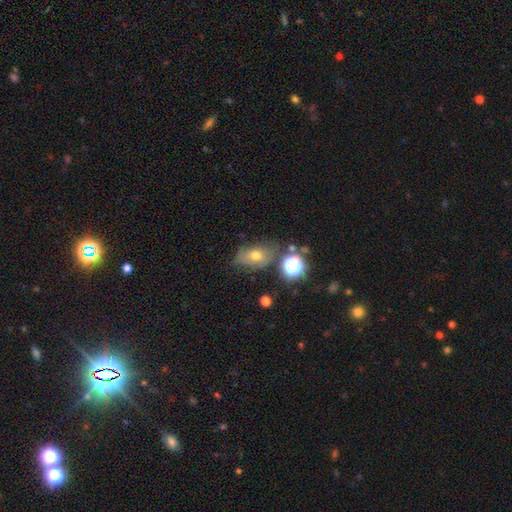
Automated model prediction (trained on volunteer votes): A smooth galaxy with no disk features (59%) that is in between round and cigar-shaped (75%).

Vote fractions:
- Smooth or featured? smooth: 59% / featured or disk: 22% / star or artifact: 19%
- How rounded? in between: 75% / round: 23% / cigar-shaped: 2%
- Merging? none: 56% / minor disturbance: 25% / major disturbance: 11% / merger: 8%